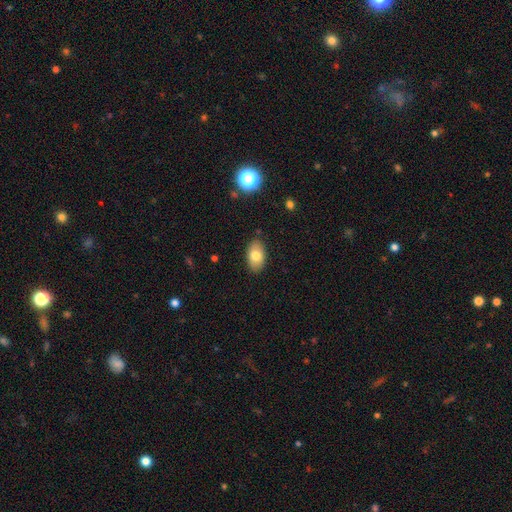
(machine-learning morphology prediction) smooth 78%, featured or disk 14%, star or artifact 8%. Down the decision tree: how rounded — in between (92%); merging — none (86%).